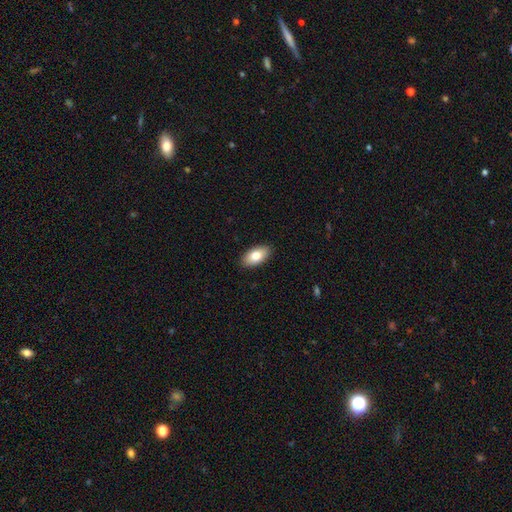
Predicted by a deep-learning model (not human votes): The model was most divided on "smooth or featured": smooth: 84%, featured or disk: 10%, star or artifact: 6%. More confident: how rounded — in between (94%); merging — none (89%).